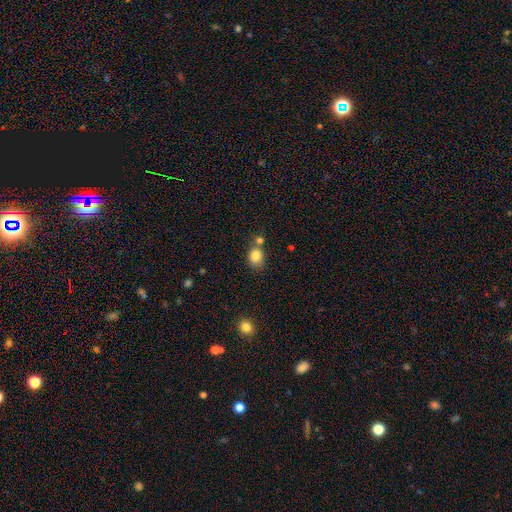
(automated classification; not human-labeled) A smooth galaxy with no disk features (82%) that is round (54%). Merging: none (59%).